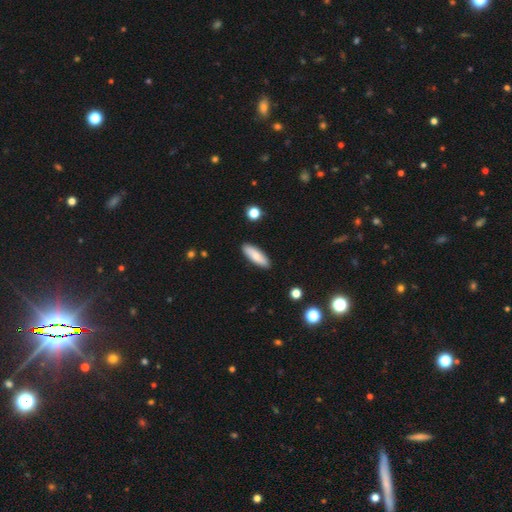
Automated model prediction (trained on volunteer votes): smooth-or-featured: smooth: 77% | featured or disk: 17% | star or artifact: 6%
  how-rounded: in between: 52% | cigar-shaped: 46% | round: 2%
  merging: none: 89% | minor disturbance: 8% | major disturbance: 2% | merger: 1%